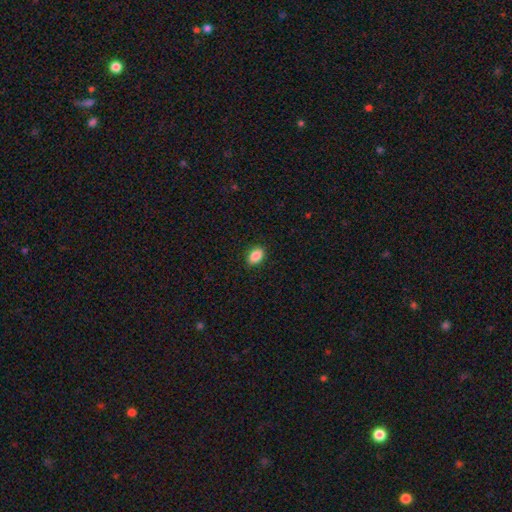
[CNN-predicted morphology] This appears to be a smooth galaxy with no disk features (88%) that is in between round and cigar-shaped (85%). Merging: none (90%).